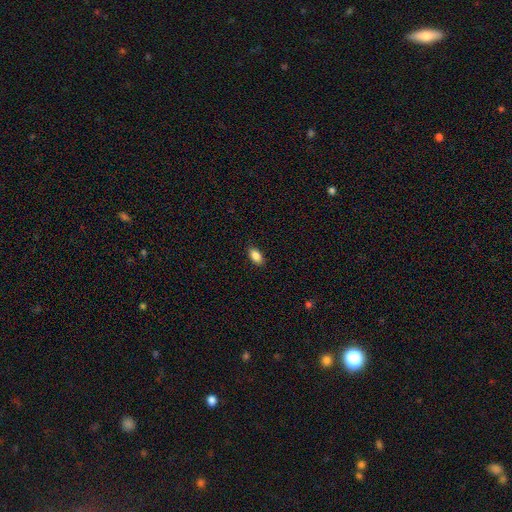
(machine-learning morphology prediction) Smooth or featured: smooth — 88% (star or artifact — 8%)
How rounded: in between — 92% (round — 5%)
Merging: none — 89% (minor disturbance — 8%)